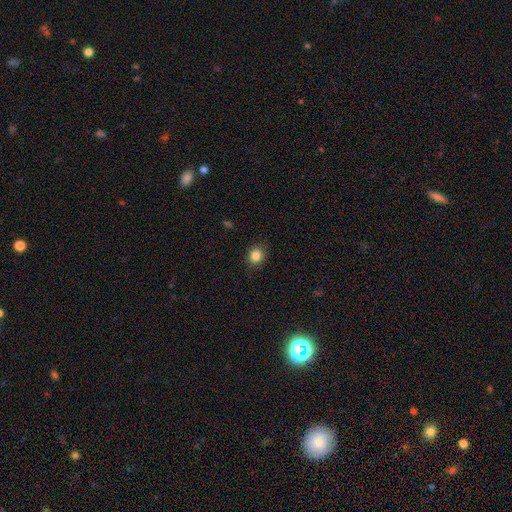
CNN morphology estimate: Smooth or featured: smooth — 85% (star or artifact — 10%)
How rounded: round — 68% (in between — 31%)
Merging: none — 85% (minor disturbance — 11%)